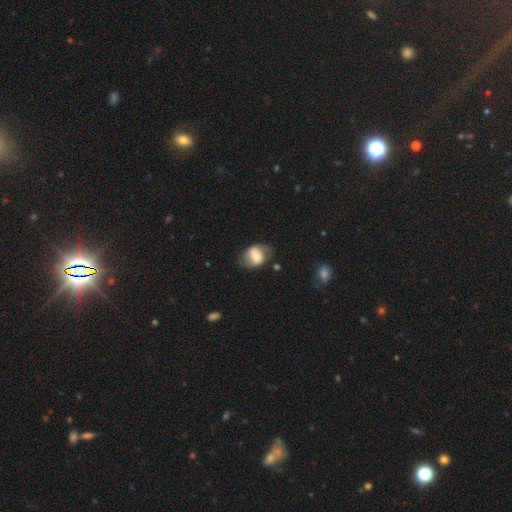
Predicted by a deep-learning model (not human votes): smooth_or_featured: smooth (p=0.55) [alt: featured or disk p=0.37]
how_rounded: in between (p=0.66) [alt: round p=0.32]
merging: none (p=0.56) [alt: minor disturbance p=0.26]